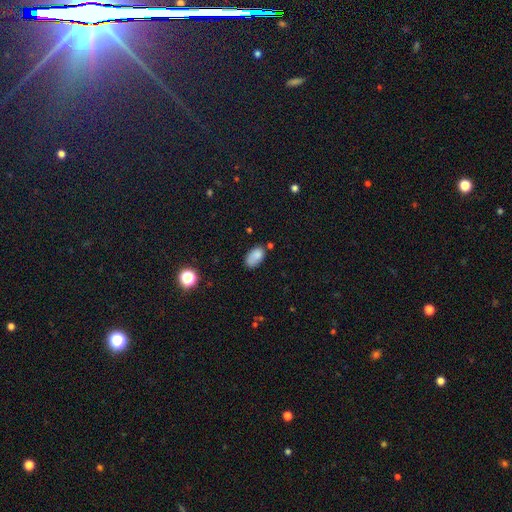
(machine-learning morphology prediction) Q: Smooth or featured?
A: smooth (80%); runner-up: featured or disk (10%)
Q: How rounded?
A: in between (91%); runner-up: round (6%)
Q: Merging?
A: none (57%); runner-up: minor disturbance (26%)